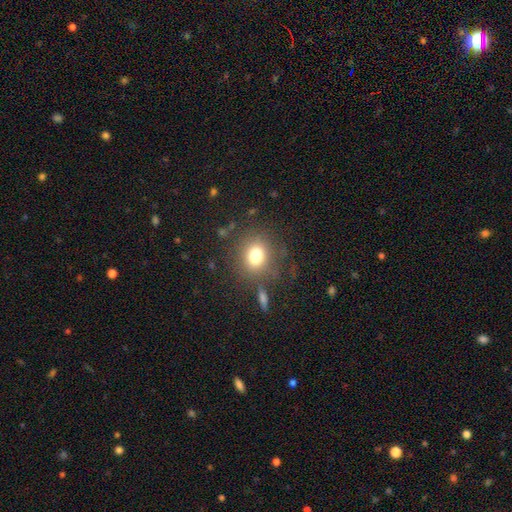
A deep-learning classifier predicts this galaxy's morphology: A smooth galaxy with no disk features (77%) that is round (68%).

Vote fractions:
- Smooth or featured? smooth: 77% / star or artifact: 12% / featured or disk: 11%
- How rounded? round: 68% / in between: 31% / cigar-shaped: 1%
- Merging? none: 78% / minor disturbance: 12% / major disturbance: 6% / merger: 4%